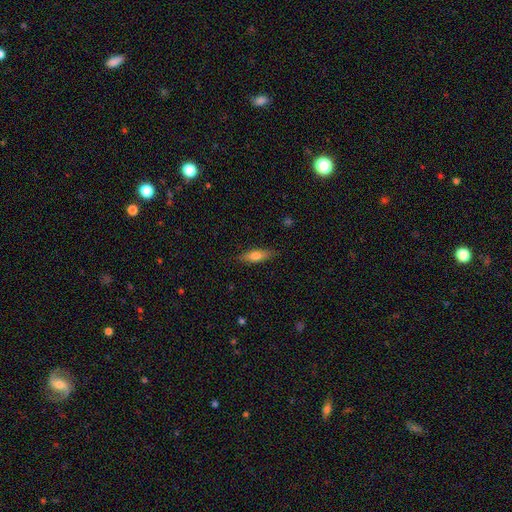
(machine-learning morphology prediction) Overall: smooth (66%; featured or disk 27%). How rounded: cigar-shaped (50%; in between 47%). Merging: none (85%).